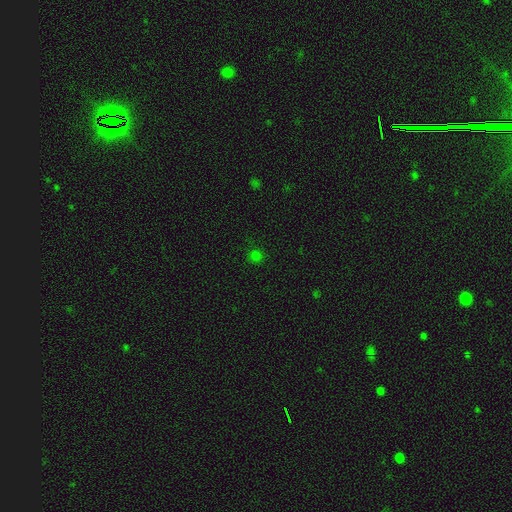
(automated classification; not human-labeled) This is likely a smooth galaxy (71%). How rounded: clearly round (93%). Merging: clearly none (89%).